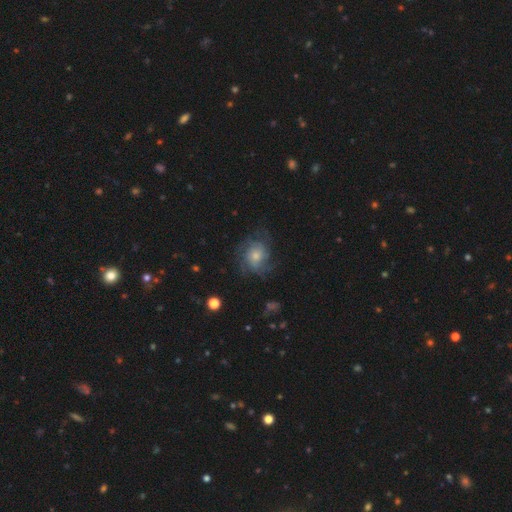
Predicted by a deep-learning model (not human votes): featured or disk 62%, smooth 28%, star or artifact 10%. Down the decision tree: edge-on disk — no (97%); bar — no (79%); spiral arms — yes (87%); spiral arm count — can't tell (41%); spiral winding — tight (44%); bulge size — moderate (46%); merging — none (65%).